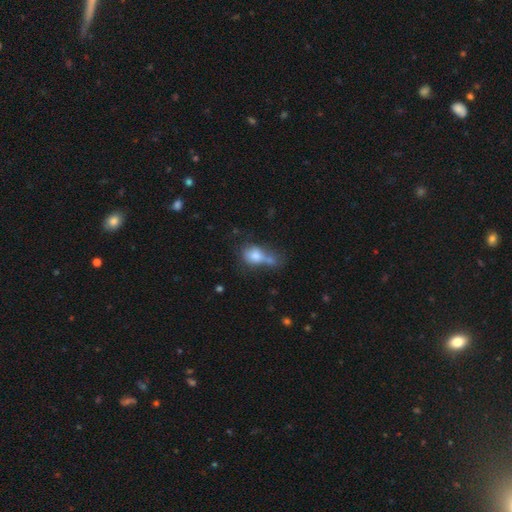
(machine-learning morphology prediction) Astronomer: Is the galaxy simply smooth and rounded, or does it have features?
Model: smooth — 74%.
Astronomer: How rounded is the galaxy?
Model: in between — 59% (runner-up: round, 37%).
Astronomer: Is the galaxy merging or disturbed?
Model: merger — 42% (runner-up: none, 26%).